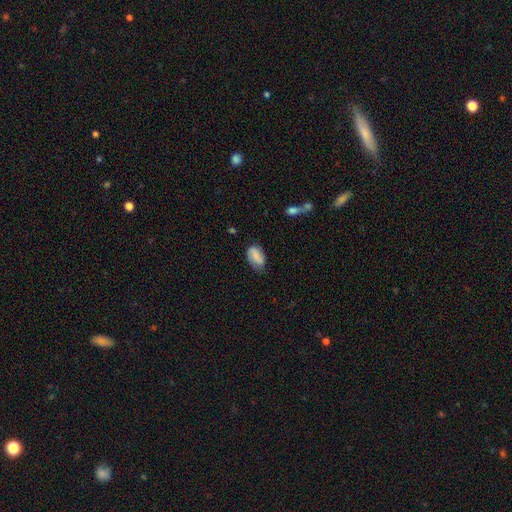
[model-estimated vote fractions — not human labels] Smooth or featured?
  - smooth: 72% *
  - featured or disk: 20%
  - star or artifact: 8%
How rounded?
  - in between: 91% *
  - round: 6%
  - cigar-shaped: 3%
Merging?
  - none: 66% *
  - minor disturbance: 26%
  - major disturbance: 6%
  - merger: 2%